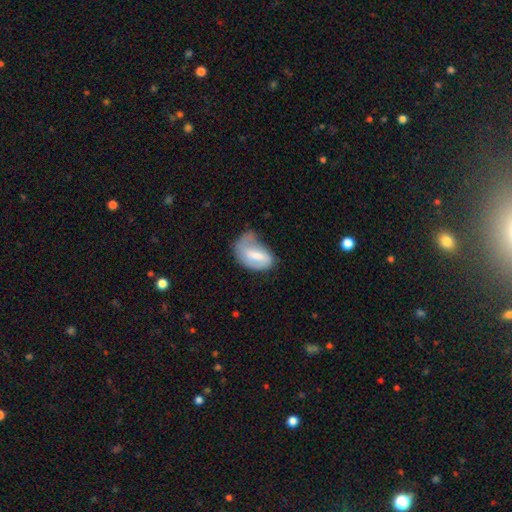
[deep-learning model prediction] This appears to be a smooth galaxy with no disk features (58%) that is in between round and cigar-shaped (87%). Merging: minor disturbance (37%).